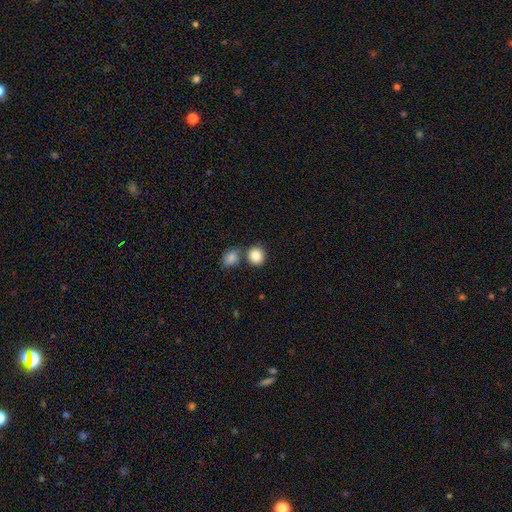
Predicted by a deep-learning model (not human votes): smooth-or-featured: smooth: 86% | star or artifact: 9% | featured or disk: 6%
  how-rounded: round: 82% | in between: 17% | cigar-shaped: 1%
  merging: none: 66% | merger: 22% | minor disturbance: 9% | major disturbance: 3%